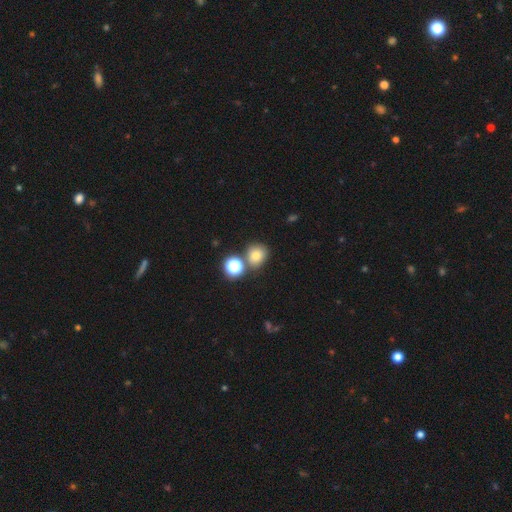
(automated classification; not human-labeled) This is likely a smooth galaxy (75%). How rounded: likely round (73%). Merging: likely none (66%).